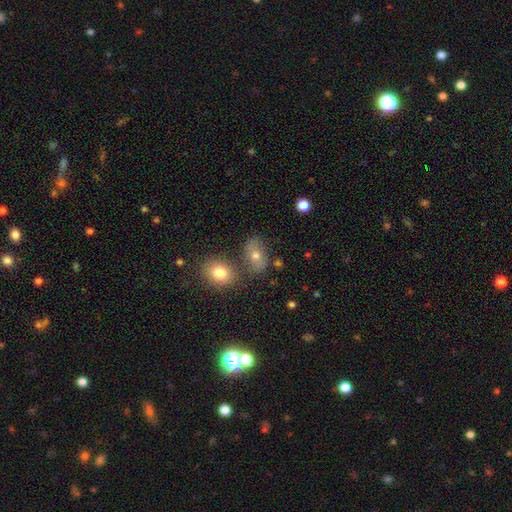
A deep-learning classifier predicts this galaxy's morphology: type=smooth (66%); roundness=in between (77%); merging=none (66%).